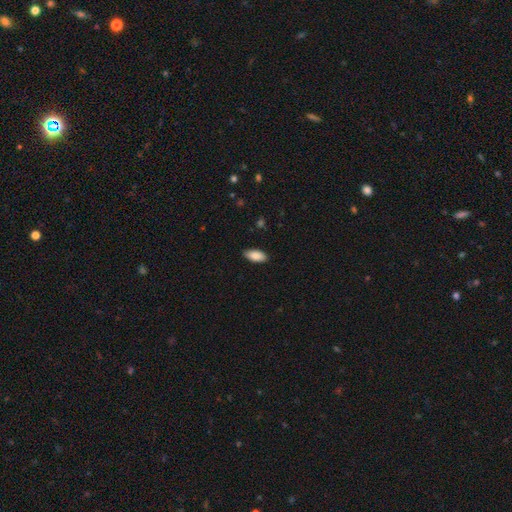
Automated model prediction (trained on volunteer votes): smooth-or-featured: smooth: 89% | star or artifact: 6% | featured or disk: 5%
  how-rounded: in between: 90% | cigar-shaped: 9% | round: 2%
  merging: none: 86% | minor disturbance: 11% | major disturbance: 2% | merger: 1%